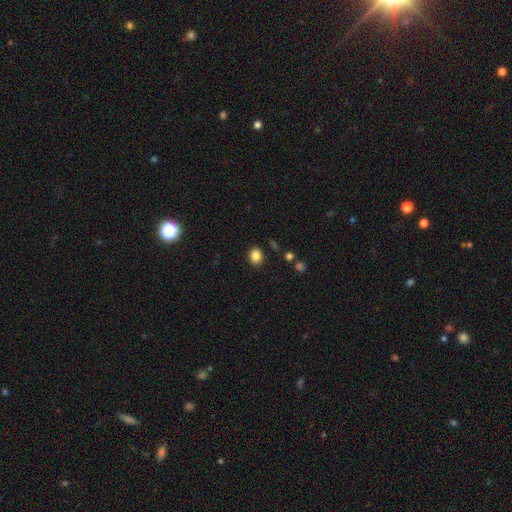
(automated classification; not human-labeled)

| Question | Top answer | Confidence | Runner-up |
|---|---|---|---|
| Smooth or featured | smooth | 85% | star or artifact (10%) |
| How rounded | round | 51% | in between (48%) |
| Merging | none | 88% | minor disturbance (8%) |